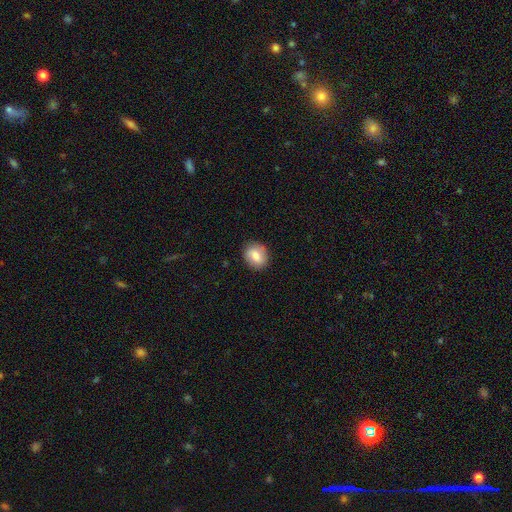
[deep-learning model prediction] Smooth or featured: smooth — 75% (featured or disk — 17%)
How rounded: round — 65% (in between — 34%)
Merging: none — 88% (minor disturbance — 9%)